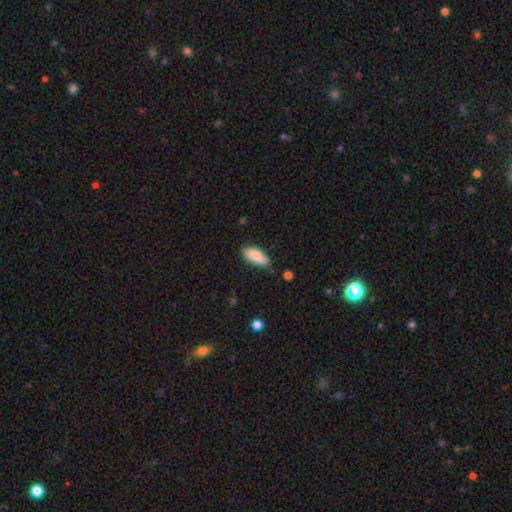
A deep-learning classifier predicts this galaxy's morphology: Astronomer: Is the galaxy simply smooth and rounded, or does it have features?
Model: smooth — 82%.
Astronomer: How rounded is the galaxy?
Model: in between — 86%.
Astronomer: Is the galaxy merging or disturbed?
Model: none — 73%.